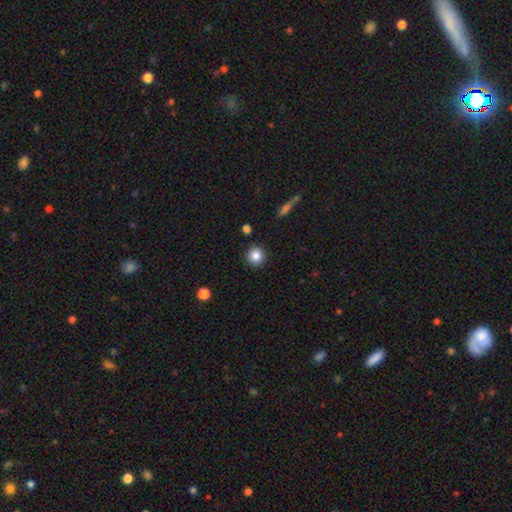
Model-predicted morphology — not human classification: A smooth galaxy with no disk features (85%) that is round (94%).

Vote fractions:
- Smooth or featured? smooth: 85% / star or artifact: 10% / featured or disk: 5%
- How rounded? round: 94% / in between: 5% / cigar-shaped: 1%
- Merging? none: 90% / minor disturbance: 6% / major disturbance: 2% / merger: 2%